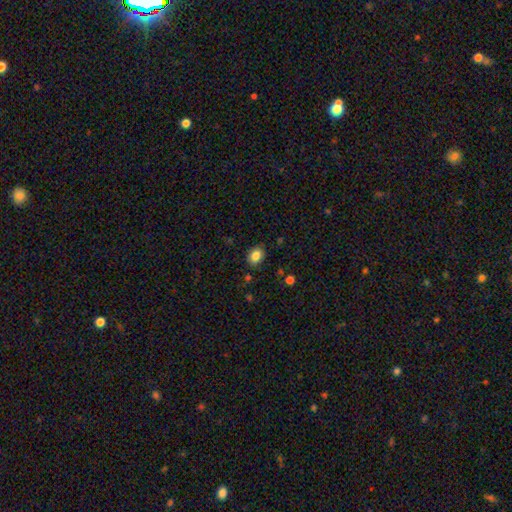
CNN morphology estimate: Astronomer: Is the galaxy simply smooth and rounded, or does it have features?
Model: smooth — 84%.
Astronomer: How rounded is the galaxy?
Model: in between — 64%.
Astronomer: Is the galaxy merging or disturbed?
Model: none — 85%.